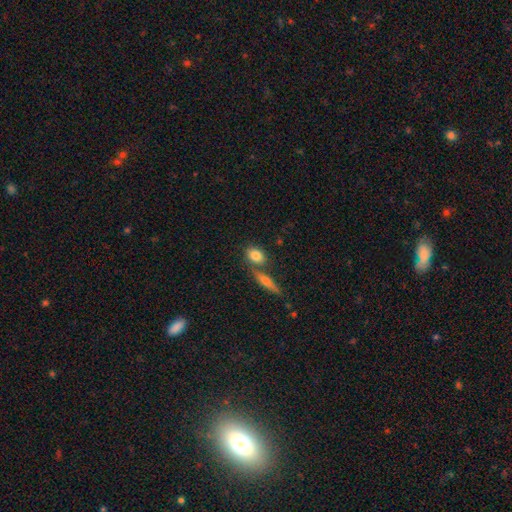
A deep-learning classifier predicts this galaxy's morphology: A smooth galaxy with no disk features (81%) that is in between round and cigar-shaped (67%).

Vote fractions:
- Smooth or featured? smooth: 81% / featured or disk: 11% / star or artifact: 8%
- How rounded? in between: 67% / round: 26% / cigar-shaped: 7%
- Merging? none: 58% / merger: 27% / minor disturbance: 12% / major disturbance: 4%